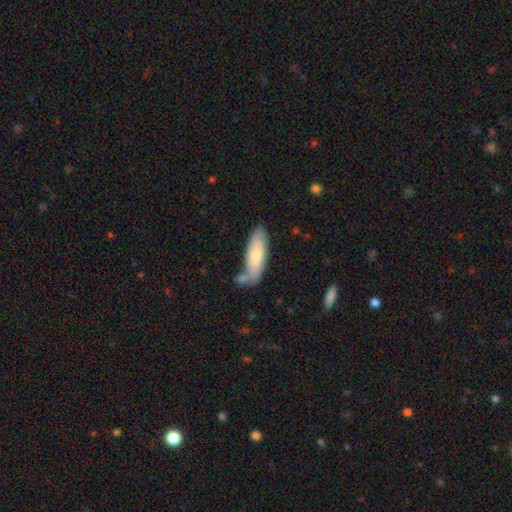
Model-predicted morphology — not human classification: Smooth or featured: smooth — 74% (featured or disk — 20%)
How rounded: in between — 53% (cigar-shaped — 46%)
Merging: none — 69% (minor disturbance — 17%)